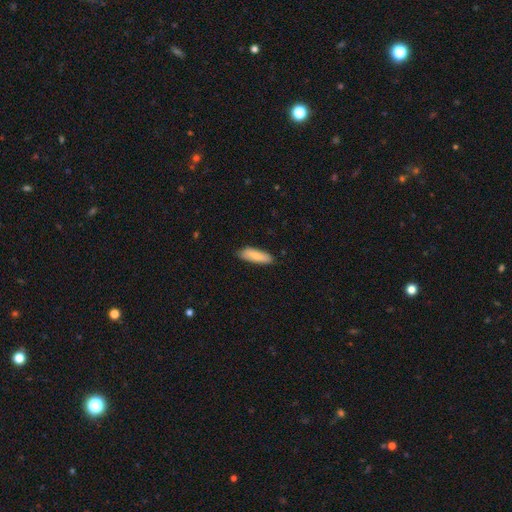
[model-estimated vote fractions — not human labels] Smooth or featured? smooth (85%)
How rounded? cigar-shaped (51%)
Merging? none (84%)